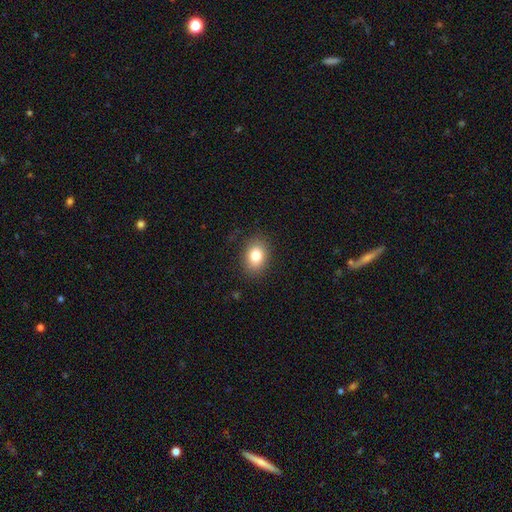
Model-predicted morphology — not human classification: Smooth or featured: smooth — 81% (star or artifact — 9%)
How rounded: in between — 69% (round — 30%)
Merging: none — 86% (minor disturbance — 10%)